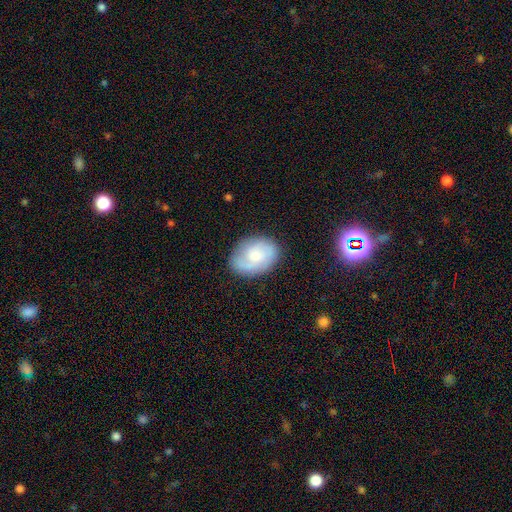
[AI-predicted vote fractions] Smooth or featured? Predicted: featured or disk (p=0.49). Merging? Predicted: none (p=0.77).